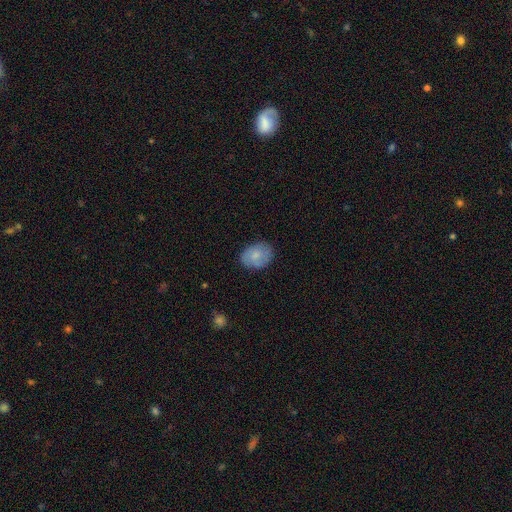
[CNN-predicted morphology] smooth 72%, featured or disk 21%, star or artifact 7%. Down the decision tree: how rounded — in between (66%); merging — none (79%).